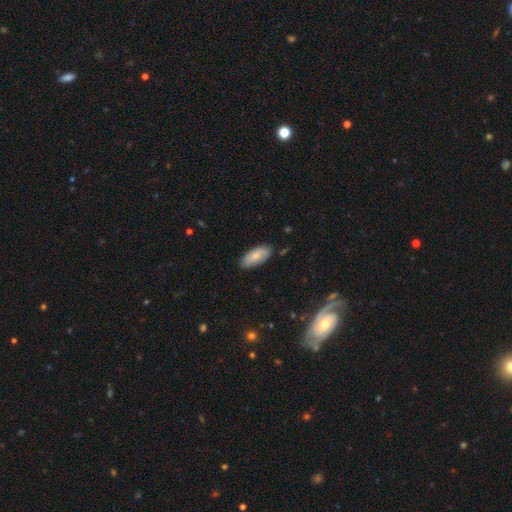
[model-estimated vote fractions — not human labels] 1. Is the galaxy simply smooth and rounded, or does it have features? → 72% smooth, 22% featured or disk, 6% star or artifact.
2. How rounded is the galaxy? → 91% in between, 7% cigar-shaped, 2% round.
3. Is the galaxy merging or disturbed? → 81% none, 15% minor disturbance, 3% major disturbance, 1% merger.